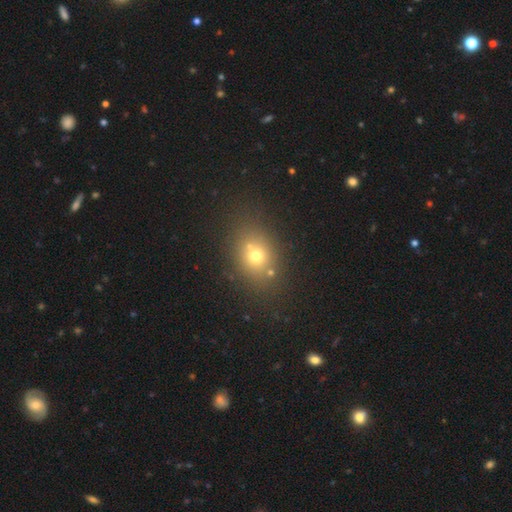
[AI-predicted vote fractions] Smooth or featured?
  - smooth: 66% *
  - star or artifact: 19%
  - featured or disk: 15%
How rounded?
  - in between: 52% *
  - round: 47%
  - cigar-shaped: 2%
Merging?
  - none: 71% *
  - merger: 13%
  - minor disturbance: 12%
  - major disturbance: 4%